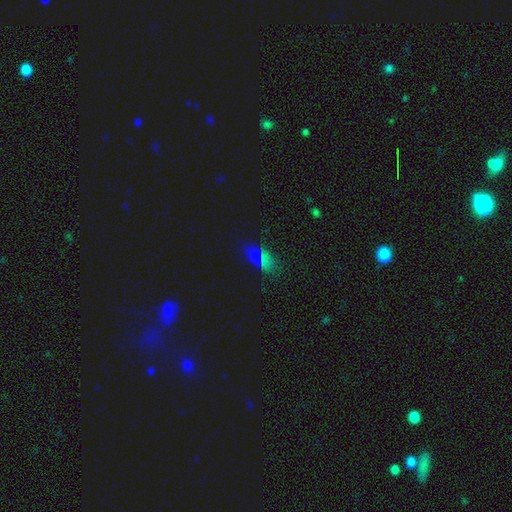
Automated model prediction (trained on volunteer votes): smooth 48%, star or artifact 41%, featured or disk 11%. Down the decision tree: merging — none (65%).